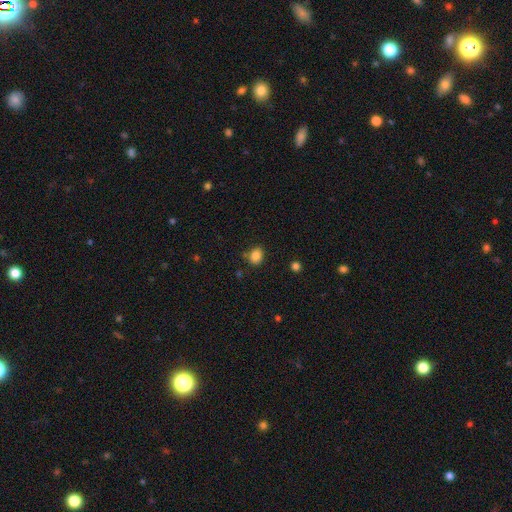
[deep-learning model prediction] smooth 85%, star or artifact 10%, featured or disk 5%. Down the decision tree: how rounded — round (52%); merging — none (78%).